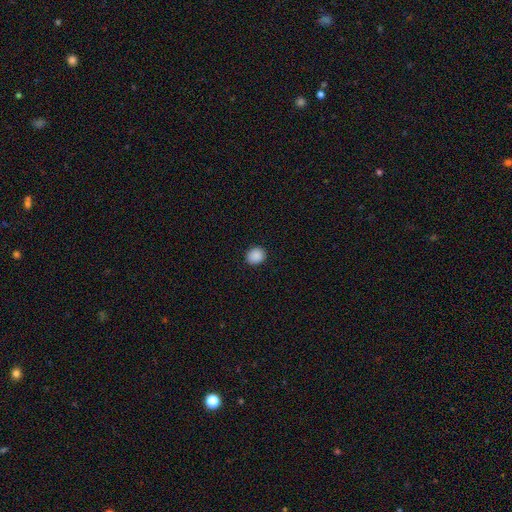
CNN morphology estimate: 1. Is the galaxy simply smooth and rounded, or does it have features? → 89% smooth, 9% star or artifact, 2% featured or disk.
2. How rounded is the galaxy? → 73% round, 26% in between, 1% cigar-shaped.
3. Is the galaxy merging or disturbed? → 91% none, 6% minor disturbance, 2% major disturbance, 1% merger.